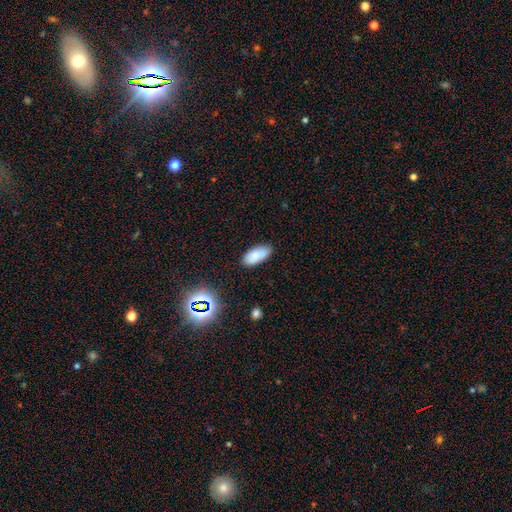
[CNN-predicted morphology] Smooth or featured? Predicted: smooth (p=0.83). How rounded? Predicted: in between (p=0.90). Merging? Predicted: none (p=0.82).